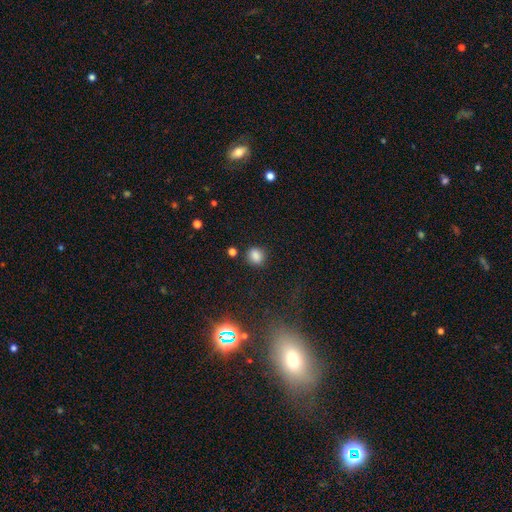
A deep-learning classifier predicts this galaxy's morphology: smooth 81%, star or artifact 14%, featured or disk 5%. Down the decision tree: how rounded — round (72%); merging — none (82%).